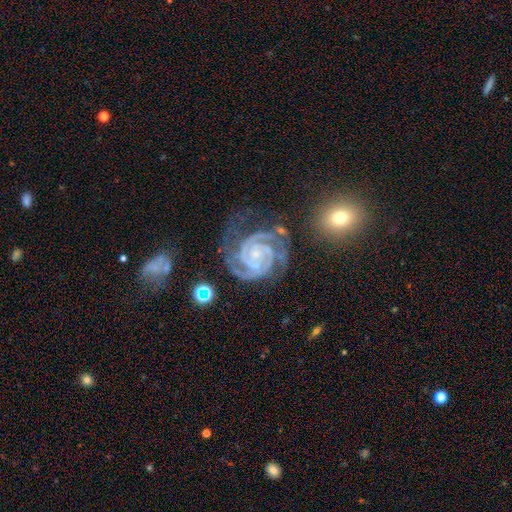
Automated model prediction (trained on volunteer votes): Smooth or featured? featured or disk (93%)
Edge-on disk? no (98%)
Bar? no (65%)
Spiral arms? yes (99%)
Spiral winding? tight (76%)
Spiral arm count? 2 (45%)
Bulge size? small (77%)
Merging? none (60%)